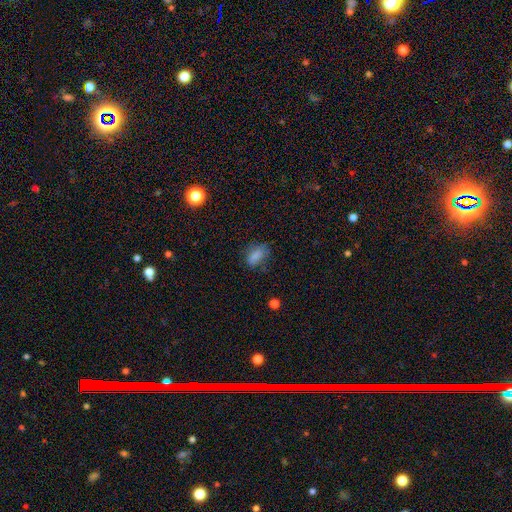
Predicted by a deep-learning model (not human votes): smooth 81%, star or artifact 11%, featured or disk 9%. Down the decision tree: how rounded — in between (87%); merging — none (62%).